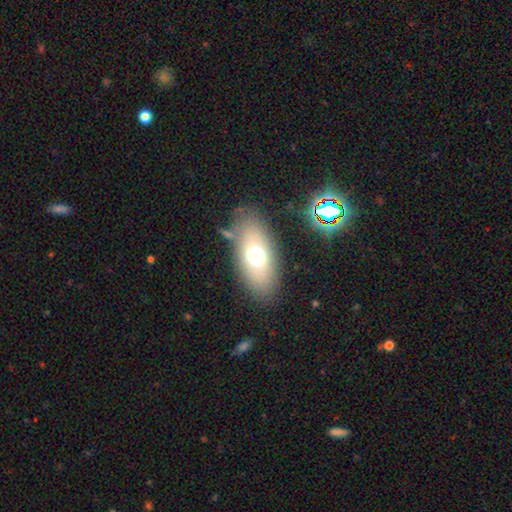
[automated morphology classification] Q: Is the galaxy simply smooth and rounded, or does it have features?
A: smooth — 66%.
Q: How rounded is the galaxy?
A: in between — 86%.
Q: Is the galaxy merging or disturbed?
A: none — 77%.